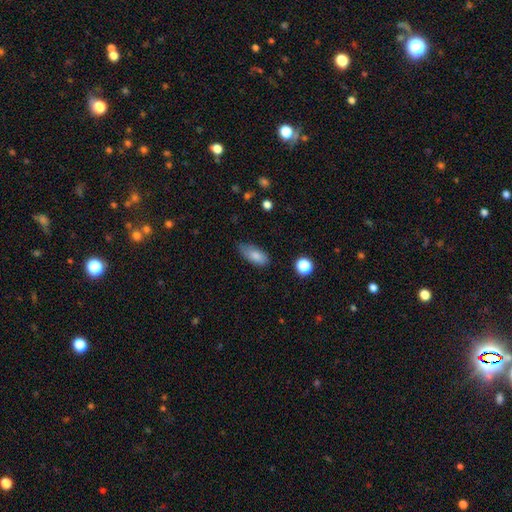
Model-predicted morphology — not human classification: Smooth or featured? Predicted: smooth (p=0.83). How rounded? Predicted: in between (p=0.86). Merging? Predicted: none (p=0.64).